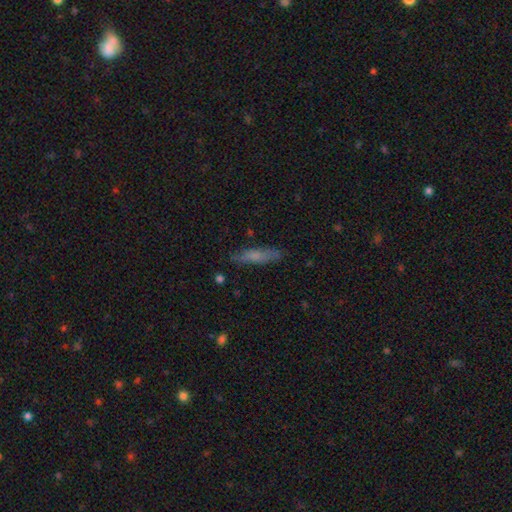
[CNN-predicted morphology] Smooth or featured? Predicted: smooth (p=0.64). How rounded? Predicted: cigar-shaped (p=0.81). Merging? Predicted: none (p=0.81).